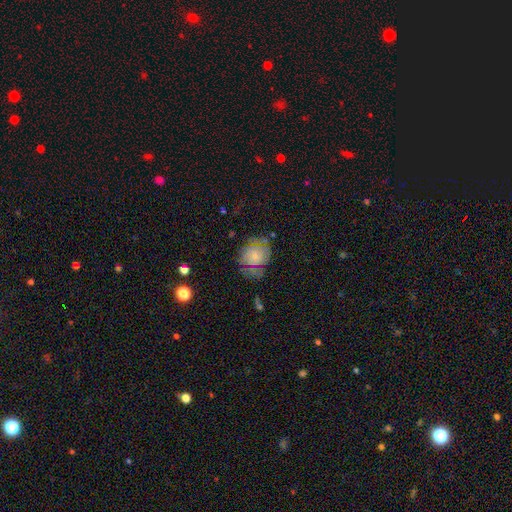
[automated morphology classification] This is possibly a smooth galaxy (46%). Merging: possibly none (50%).